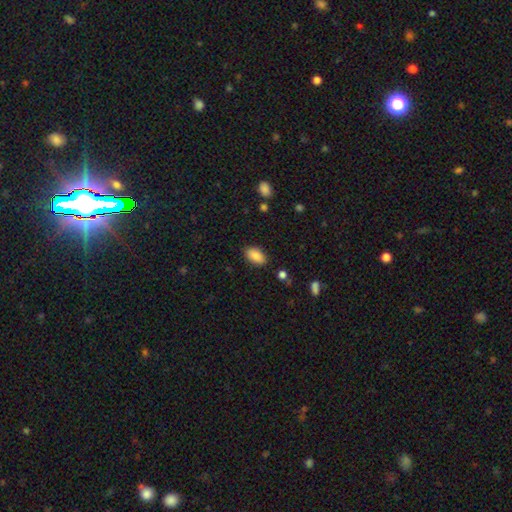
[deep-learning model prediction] Q: Smooth or featured?
A: smooth (88%); runner-up: star or artifact (8%)
Q: How rounded?
A: in between (93%); runner-up: round (4%)
Q: Merging?
A: none (86%); runner-up: minor disturbance (10%)